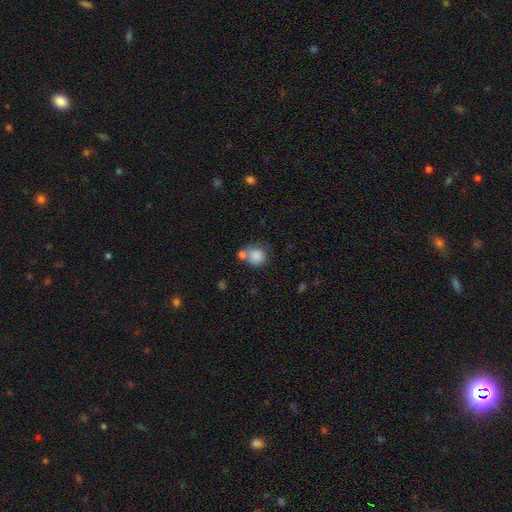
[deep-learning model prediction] Q: Smooth or featured?
A: smooth (84%); runner-up: star or artifact (9%)
Q: How rounded?
A: round (83%); runner-up: in between (16%)
Q: Merging?
A: none (50%); runner-up: merger (30%)